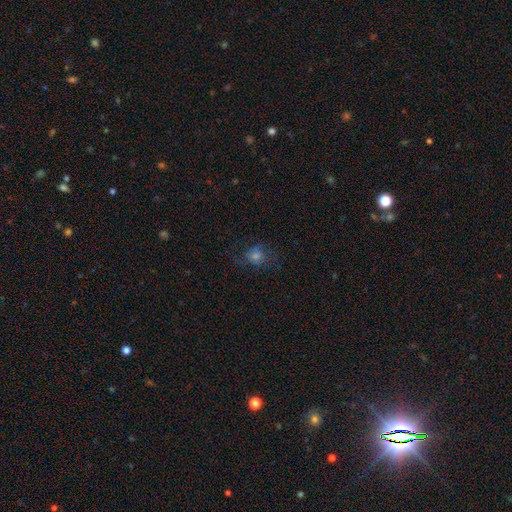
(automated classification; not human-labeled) smooth 49%, featured or disk 26%, star or artifact 26%. Down the decision tree: merging — none (59%).